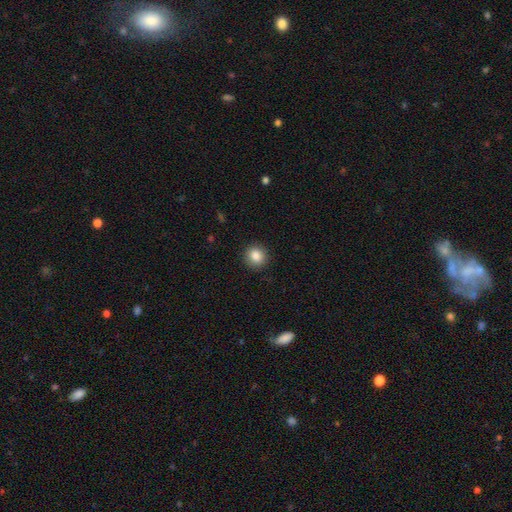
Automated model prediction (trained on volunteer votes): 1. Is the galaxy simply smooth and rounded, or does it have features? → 86% smooth, 9% star or artifact, 5% featured or disk.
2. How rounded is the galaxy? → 88% round, 11% in between, 1% cigar-shaped.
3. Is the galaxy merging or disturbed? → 91% none, 6% minor disturbance, 2% major disturbance, 1% merger.